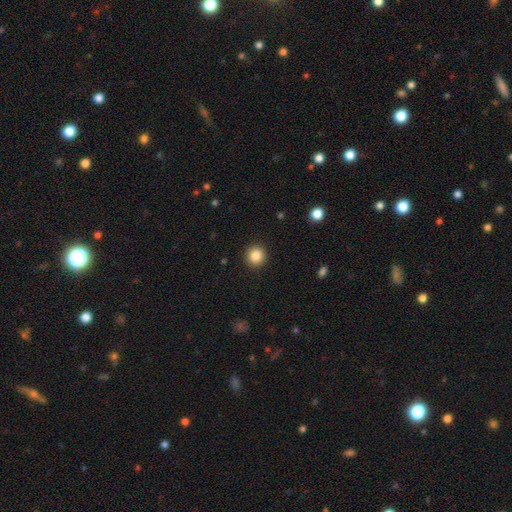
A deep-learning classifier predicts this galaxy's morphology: A smooth galaxy with no disk features (86%) that is round (93%). Merging: none (92%).